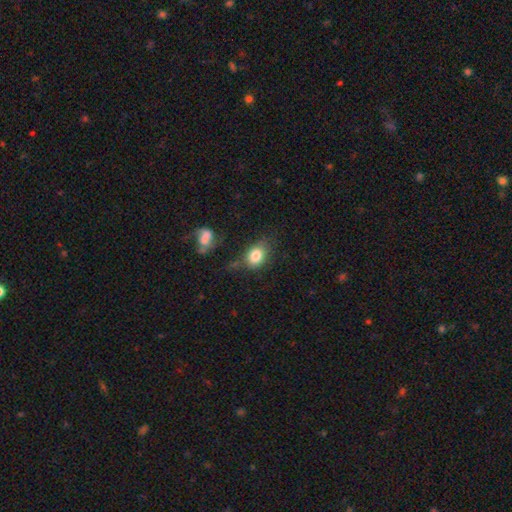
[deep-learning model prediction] Overall: smooth (82%). How rounded: in between (66%; round 33%). Merging: none (62%).